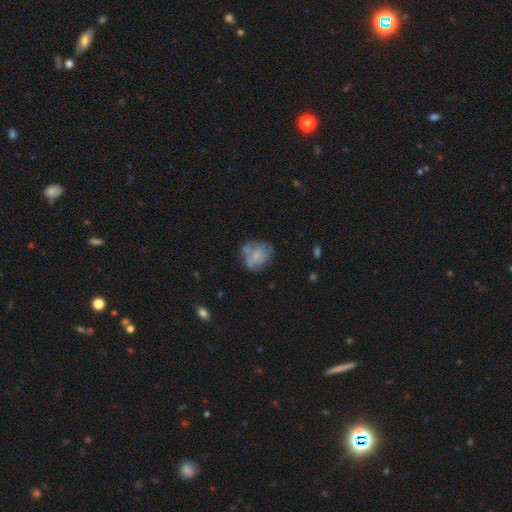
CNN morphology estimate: smooth_or_featured: smooth (p=0.48) [alt: featured or disk p=0.43]
merging: none (p=0.46) [alt: minor disturbance p=0.24]